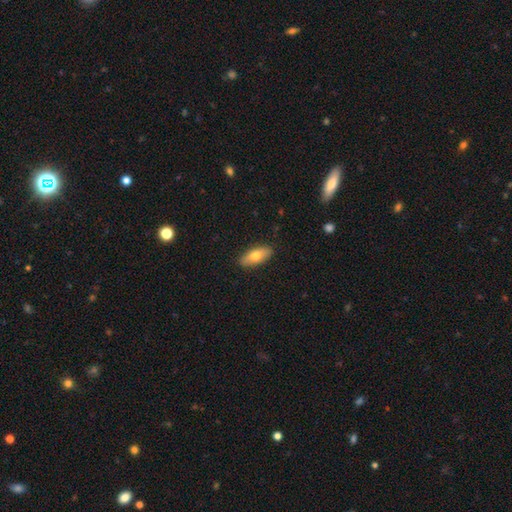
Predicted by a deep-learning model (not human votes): A smooth galaxy with no disk features (71%) that is in between round and cigar-shaped (83%).

Vote fractions:
- Smooth or featured? smooth: 71% / featured or disk: 23% / star or artifact: 6%
- How rounded? in between: 83% / cigar-shaped: 14% / round: 3%
- Merging? none: 88% / minor disturbance: 9% / major disturbance: 2% / merger: 1%